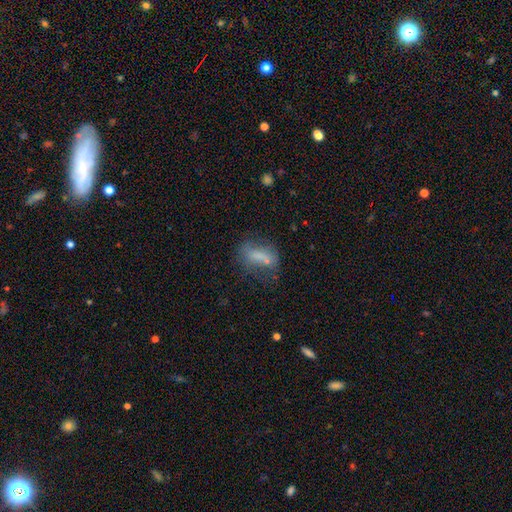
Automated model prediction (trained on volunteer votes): Morphology: type=smooth (61%); roundness=in between (72%); merging=none (45%).